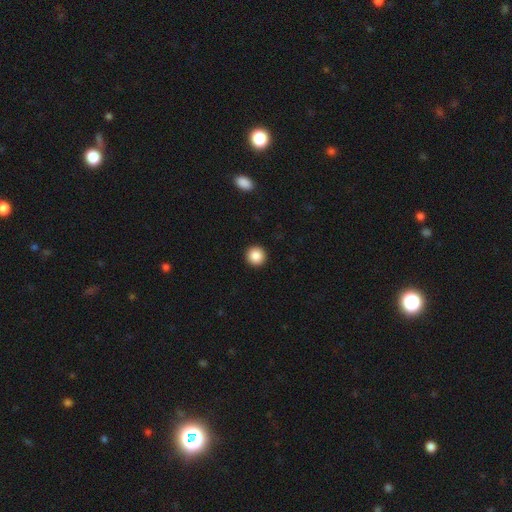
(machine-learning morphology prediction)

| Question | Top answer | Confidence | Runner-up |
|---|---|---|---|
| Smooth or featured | smooth | 88% | star or artifact (9%) |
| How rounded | round | 96% | in between (3%) |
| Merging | none | 94% | minor disturbance (4%) |